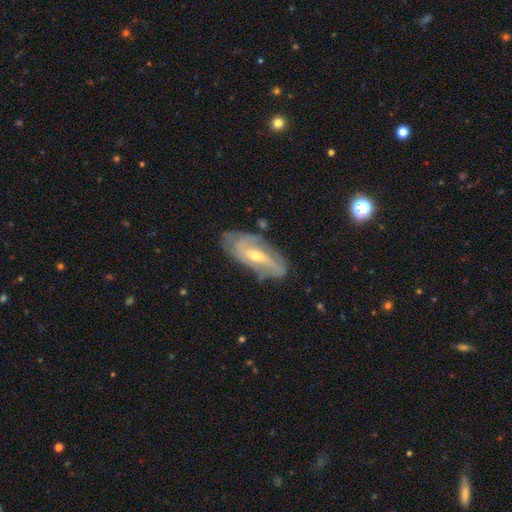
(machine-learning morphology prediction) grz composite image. It shows a featured or disk galaxy (77%) with no bar (40%), 2 (60%) medium (39%) spiral arms (87%) and a small central bulge (59%). Merging: none (66%).